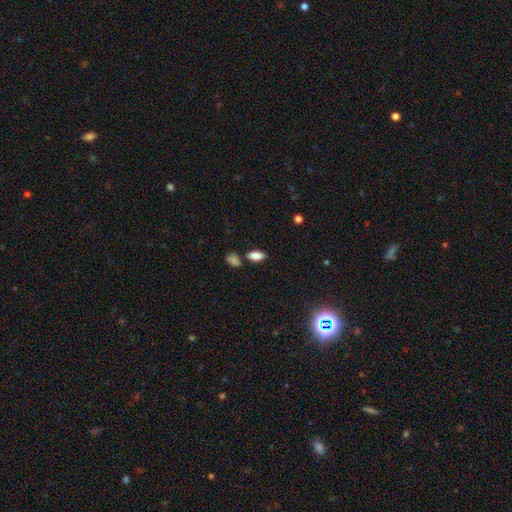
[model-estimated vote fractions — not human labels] Morphology: type=smooth (80%); roundness=in between (87%); merging=none (75%).